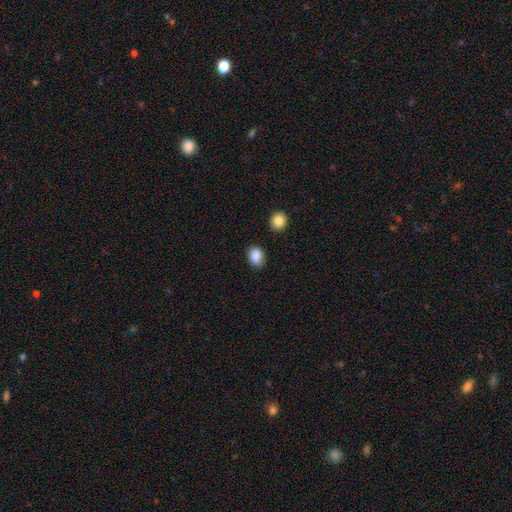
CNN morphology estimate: A smooth galaxy with no disk features (88%) that is in between round and cigar-shaped (63%). Merging: none (80%).